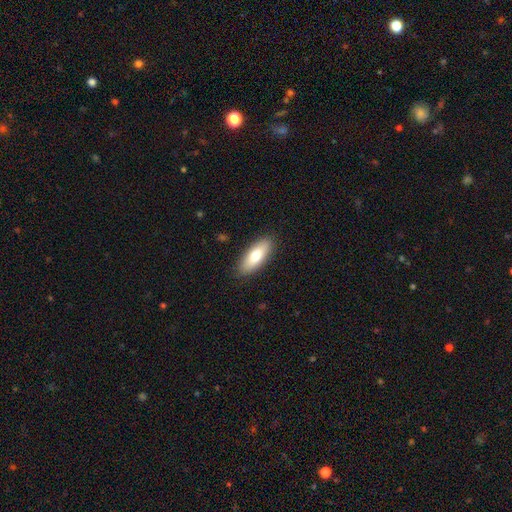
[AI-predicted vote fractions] Q: Smooth or featured?
A: smooth (74%); runner-up: featured or disk (20%)
Q: How rounded?
A: in between (73%); runner-up: cigar-shaped (25%)
Q: Merging?
A: none (88%); runner-up: minor disturbance (9%)